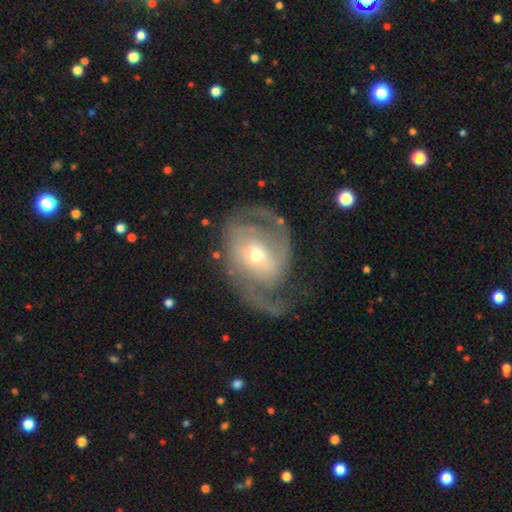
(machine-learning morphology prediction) type=featured or disk (81%); edge-on=no (96%); bar=no (56%); spiral arms=yes (89%); winding=medium (43%); arm count=2 (66%); bulge=moderate (49%); merging=none (52%).